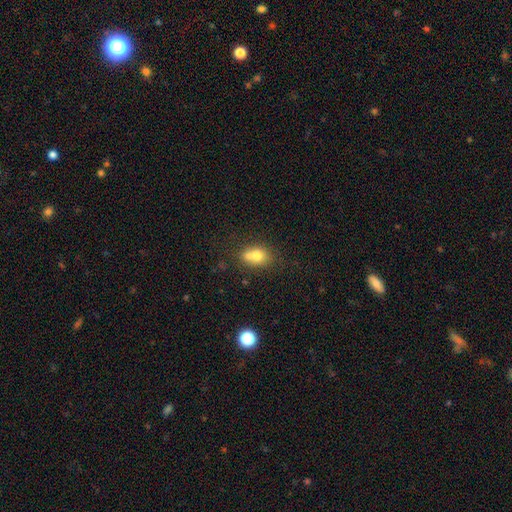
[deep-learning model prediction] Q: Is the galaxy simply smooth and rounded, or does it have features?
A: smooth — 73%.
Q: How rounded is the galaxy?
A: in between — 50%.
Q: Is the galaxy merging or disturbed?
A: none — 45%.